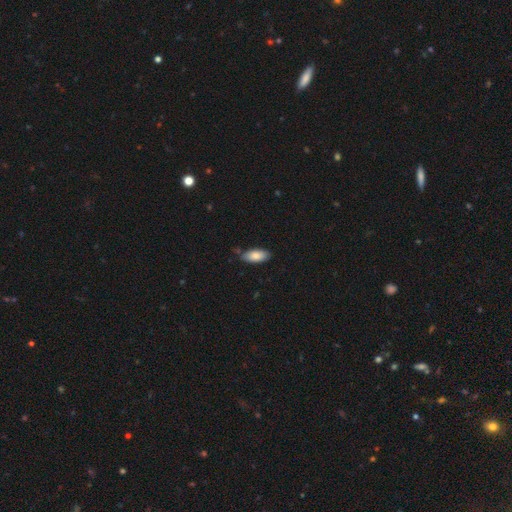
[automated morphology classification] A smooth galaxy with no disk features (83%) that is in between round and cigar-shaped (88%).

Vote fractions:
- Smooth or featured? smooth: 83% / featured or disk: 11% / star or artifact: 6%
- How rounded? in between: 88% / cigar-shaped: 10% / round: 2%
- Merging? none: 78% / minor disturbance: 17% / merger: 3% / major disturbance: 2%